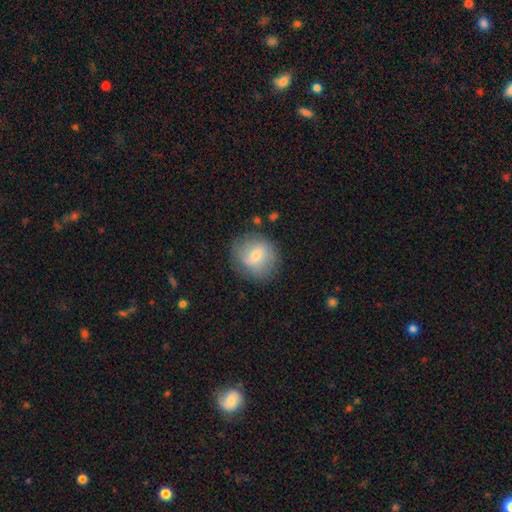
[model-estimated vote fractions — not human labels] smooth 63%, featured or disk 29%, star or artifact 8%. Down the decision tree: how rounded — round (85%); merging — none (78%).